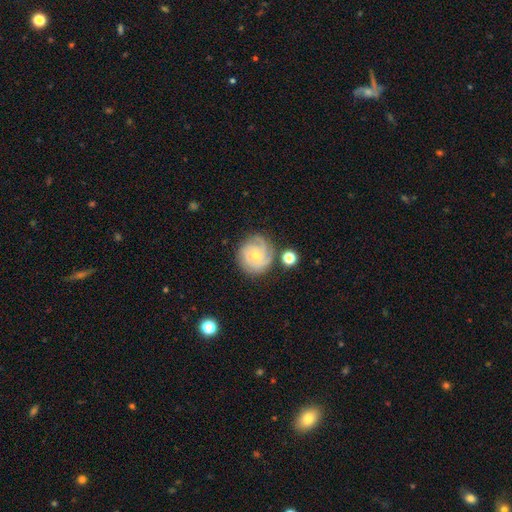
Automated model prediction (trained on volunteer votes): Morphology: type=featured or disk (77%); edge-on=no (98%); bar=no (76%); spiral arms=yes (96%); winding=tight (68%); arm count=3 (35%); bulge=small (70%); merging=none (75%).